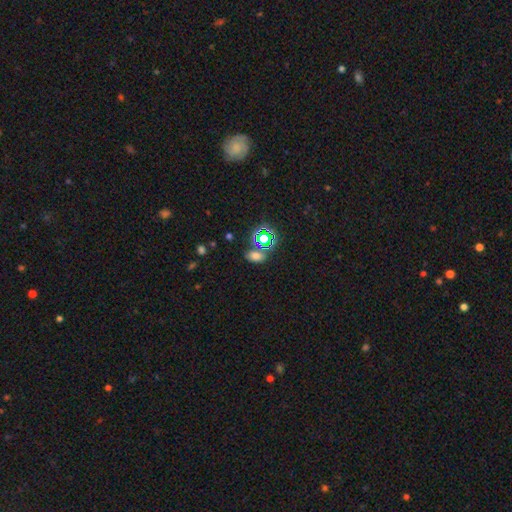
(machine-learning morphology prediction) This appears to be a smooth galaxy with no disk features (59%) that is in between round and cigar-shaped (80%). Merging: none (75%).